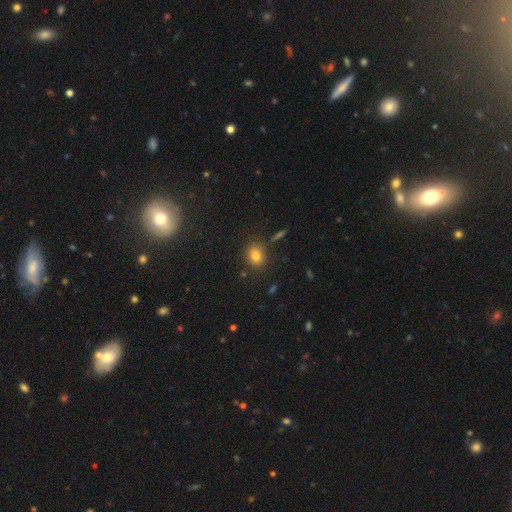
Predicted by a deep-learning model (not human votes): Q: Smooth or featured?
A: smooth (79%); runner-up: star or artifact (12%)
Q: How rounded?
A: round (58%); runner-up: in between (41%)
Q: Merging?
A: none (84%); runner-up: minor disturbance (10%)